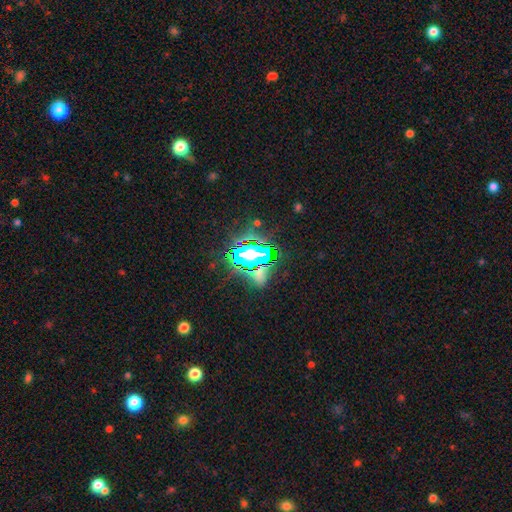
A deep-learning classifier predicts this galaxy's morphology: smooth_or_featured: star or artifact (p=0.64) [alt: smooth p=0.21]